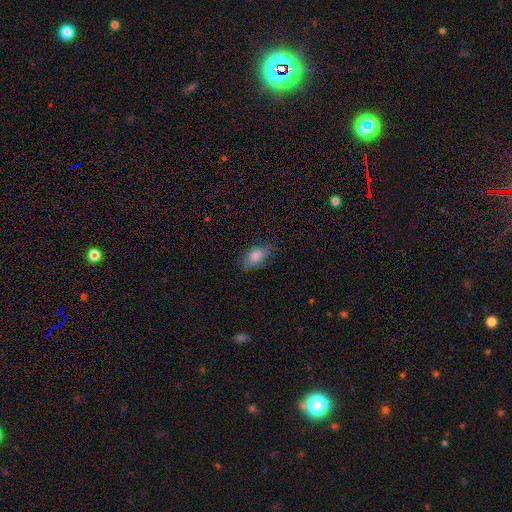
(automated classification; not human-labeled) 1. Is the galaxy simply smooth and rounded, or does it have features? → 77% smooth, 14% featured or disk, 9% star or artifact.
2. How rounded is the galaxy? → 87% in between, 9% round, 4% cigar-shaped.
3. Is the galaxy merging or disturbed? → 69% none, 24% minor disturbance, 6% major disturbance, 1% merger.